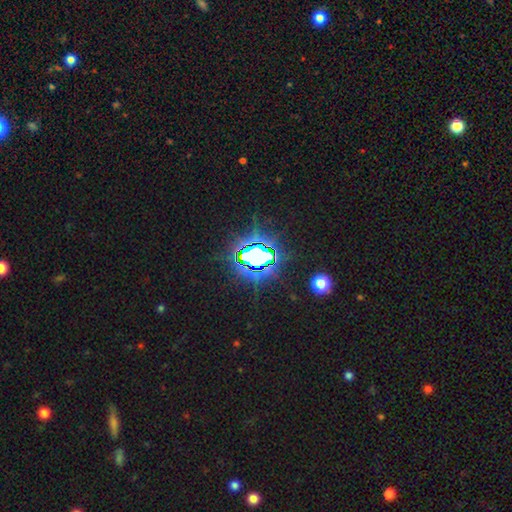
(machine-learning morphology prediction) type=star or artifact (78%).